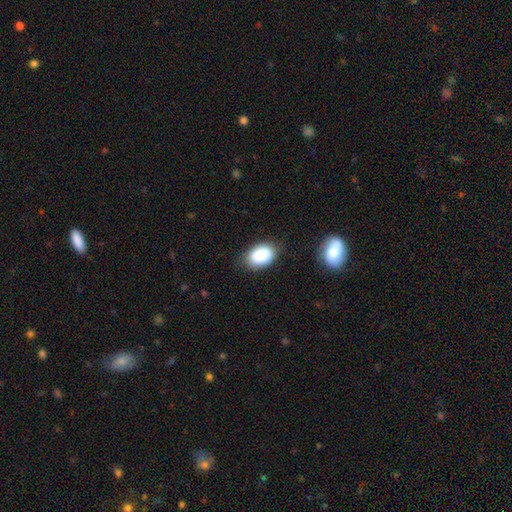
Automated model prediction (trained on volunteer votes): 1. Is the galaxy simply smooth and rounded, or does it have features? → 86% smooth, 8% star or artifact, 6% featured or disk.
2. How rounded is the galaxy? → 84% in between, 15% round, 1% cigar-shaped.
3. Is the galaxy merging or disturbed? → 79% none, 15% minor disturbance, 4% major disturbance, 2% merger.